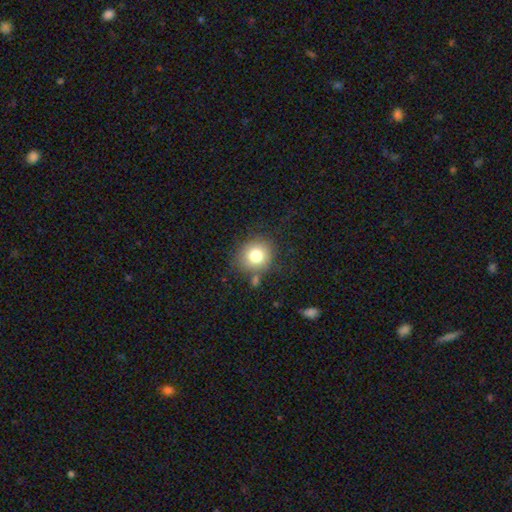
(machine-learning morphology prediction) This is likely a smooth galaxy (79%). How rounded: clearly round (86%). Merging: likely none (77%).